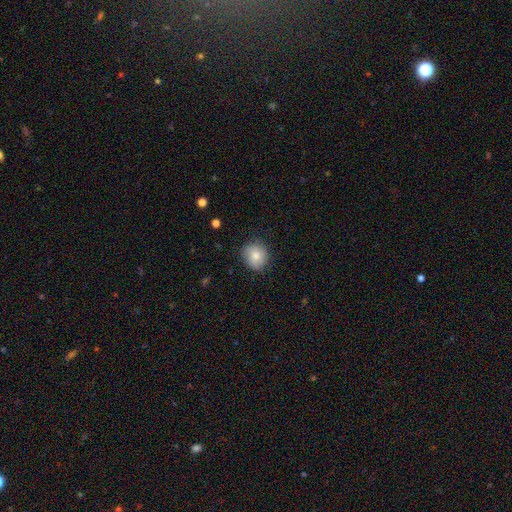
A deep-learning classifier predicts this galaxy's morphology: Smooth or featured? Predicted: smooth (p=0.80). How rounded? Predicted: round (p=0.77). Merging? Predicted: none (p=0.79).